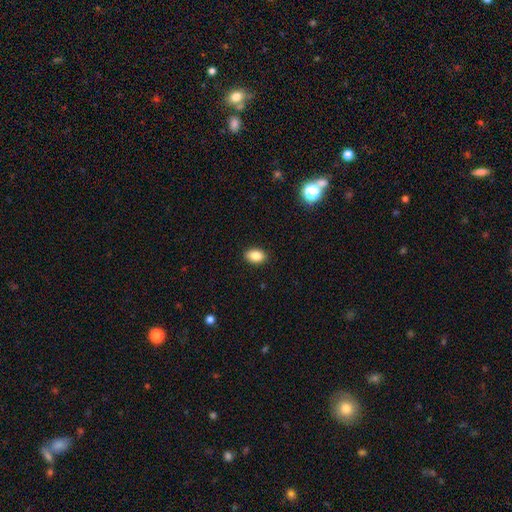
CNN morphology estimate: A smooth galaxy with no disk features (87%) that is in between round and cigar-shaped (85%).

Vote fractions:
- Smooth or featured? smooth: 87% / star or artifact: 8% / featured or disk: 5%
- How rounded? in between: 85% / round: 14% / cigar-shaped: 1%
- Merging? none: 89% / minor disturbance: 8% / major disturbance: 2% / merger: 1%